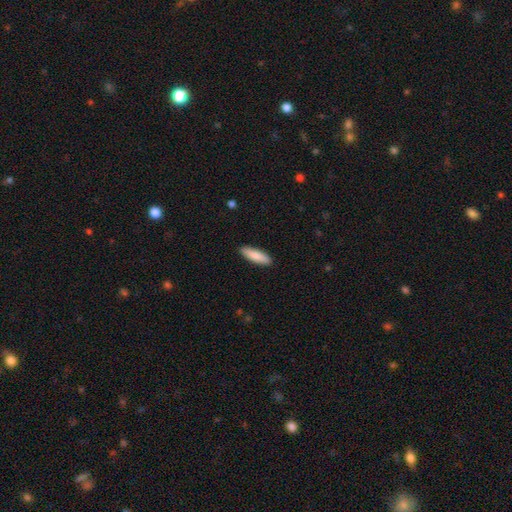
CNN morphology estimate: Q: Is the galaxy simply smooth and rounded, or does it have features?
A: smooth — 85%.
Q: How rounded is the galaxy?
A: cigar-shaped — 61%.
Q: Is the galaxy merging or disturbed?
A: none — 90%.